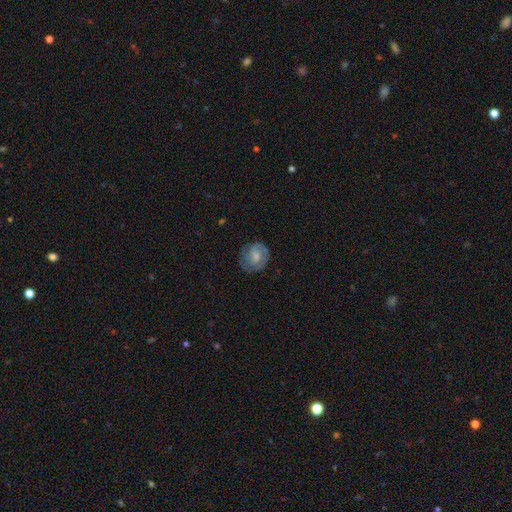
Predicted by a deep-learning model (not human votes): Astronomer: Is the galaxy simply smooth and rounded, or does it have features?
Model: featured or disk — 62%.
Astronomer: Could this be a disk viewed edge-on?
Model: no — 98%.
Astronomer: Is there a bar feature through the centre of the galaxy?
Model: no — 48% (runner-up: weak, 43%).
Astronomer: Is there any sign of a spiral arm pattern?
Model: yes — 87%.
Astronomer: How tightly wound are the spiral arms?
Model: tight — 50% (runner-up: medium, 38%).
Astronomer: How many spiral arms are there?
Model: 2 — 51%.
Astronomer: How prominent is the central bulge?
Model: small — 40% (runner-up: moderate, 35%).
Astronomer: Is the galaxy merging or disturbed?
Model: none — 70%.